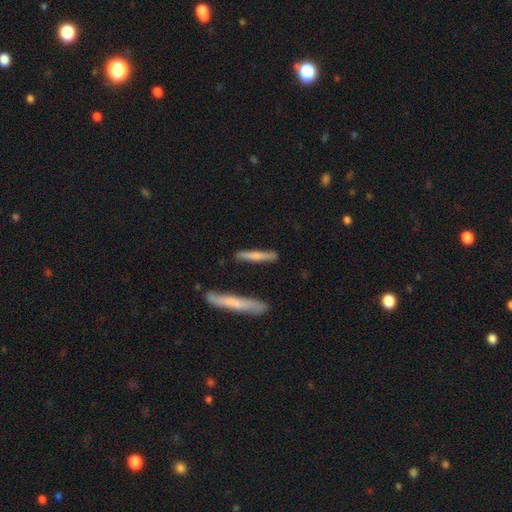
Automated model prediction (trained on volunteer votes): smooth-or-featured: smooth: 57% | featured or disk: 38% | star or artifact: 6%
  how-rounded: cigar-shaped: 93% | in between: 6% | round: 2%
  merging: none: 83% | minor disturbance: 11% | merger: 3% | major disturbance: 3%